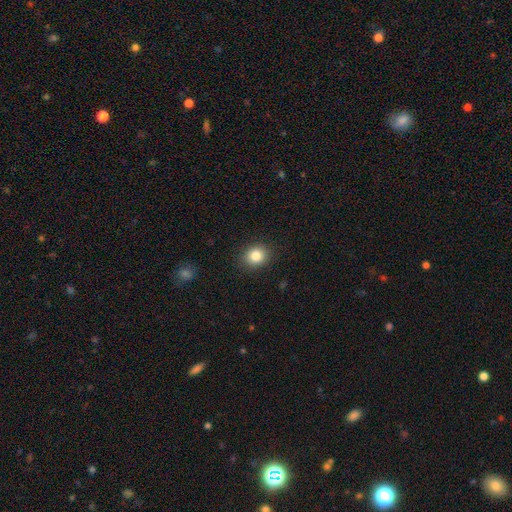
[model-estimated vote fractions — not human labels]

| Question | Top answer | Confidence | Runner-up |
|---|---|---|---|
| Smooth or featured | smooth | 84% | star or artifact (10%) |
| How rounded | round | 68% | in between (31%) |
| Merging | none | 89% | minor disturbance (8%) |